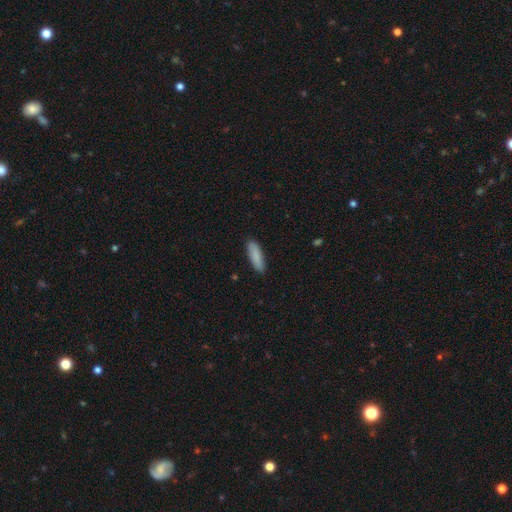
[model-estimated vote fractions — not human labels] Overall: smooth (88%). How rounded: cigar-shaped (57%; in between 41%). Merging: none (87%).